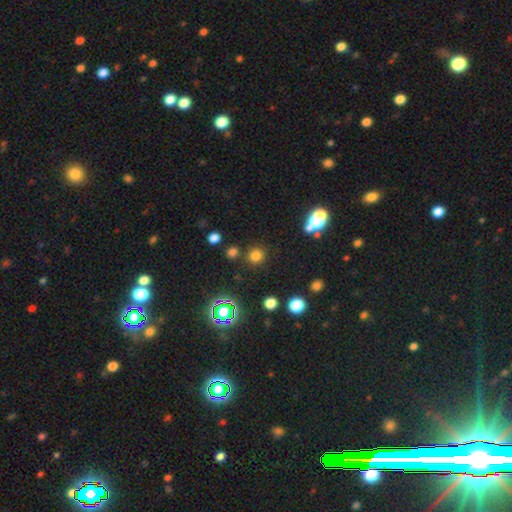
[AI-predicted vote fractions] Morphology: type=smooth (73%); roundness=round (92%); merging=none (84%).